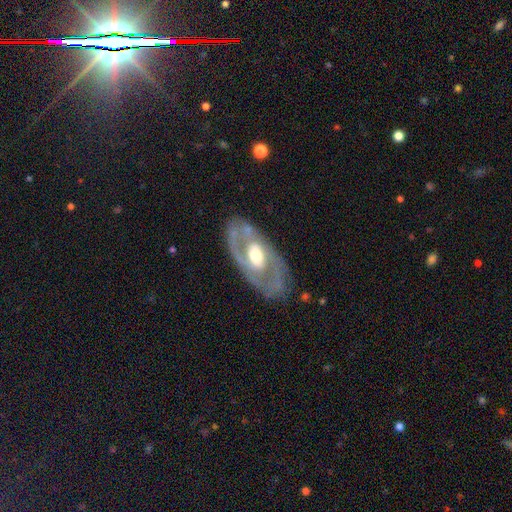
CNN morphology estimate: Smooth or featured?
  - featured or disk: 80% *
  - smooth: 16%
  - star or artifact: 4%
Edge-on disk?
  - no: 91% *
  - yes: 9%
Bar?
  - no: 50% *
  - weak: 34%
  - strong: 16%
Spiral arms?
  - yes: 68% *
  - no: 32%
Bulge size?
  - moderate: 69% *
  - large: 15%
  - small: 14%
  - dominant: 1%
  - none: 1%
Merging?
  - none: 78% *
  - minor disturbance: 14%
  - major disturbance: 7%
  - merger: 2%